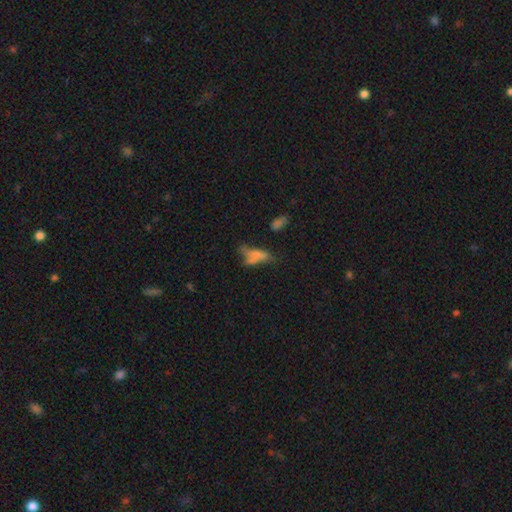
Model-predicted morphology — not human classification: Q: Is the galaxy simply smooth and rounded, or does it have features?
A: smooth — 59%.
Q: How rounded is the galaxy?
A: in between — 61%.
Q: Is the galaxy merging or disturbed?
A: none — 32%.